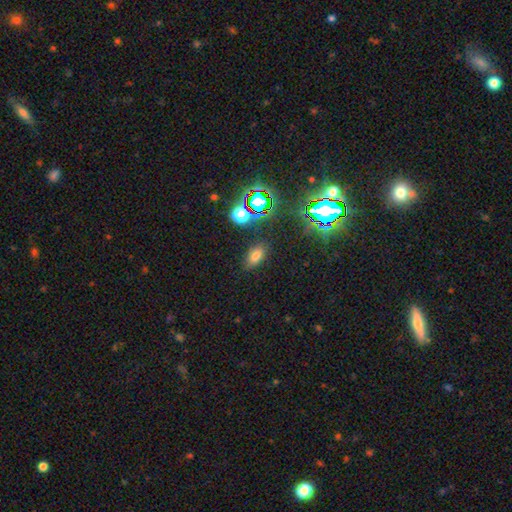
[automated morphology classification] Smooth or featured: smooth — 69% (star or artifact — 24%)
How rounded: in between — 85% (round — 10%)
Merging: none — 84% (minor disturbance — 10%)